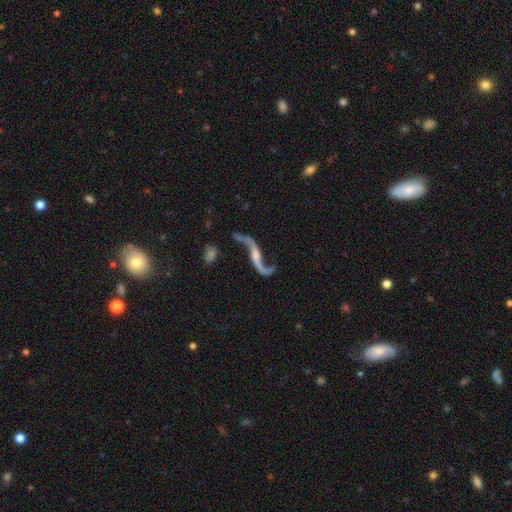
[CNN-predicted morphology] A featured or disk galaxy (88%) with no bar (44%), 2 (93%) loose (95%) spiral arms (95%) and a small central bulge (41%).

Vote fractions:
- Smooth or featured? featured or disk: 88% / star or artifact: 6% / smooth: 6%
- Edge-on disk? no: 85% / yes: 15%
- Bar? no: 44% / weak: 34% / strong: 21%
- Spiral arms? yes: 95% / no: 5%
- Spiral winding? loose: 95% / medium: 4% / tight: 2%
- Spiral arm count? 2: 93% / 1: 3% / can't tell: 1% / 3: 1% / 4: 1% / more than 4: 1%
- Bulge size? small: 41% / moderate: 30% / none: 22% / large: 5% / dominant: 2%
- Merging? none: 62% / minor disturbance: 16% / major disturbance: 12% / merger: 10%